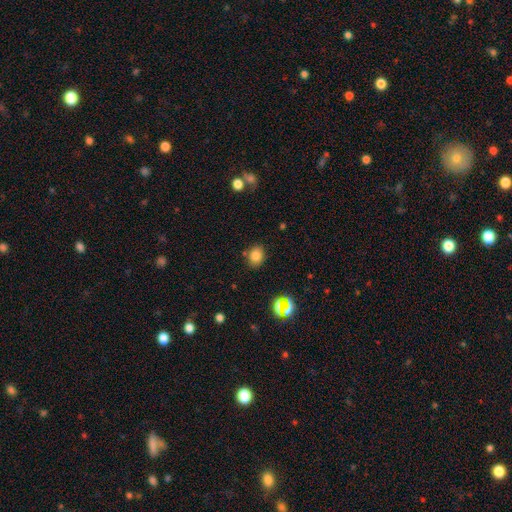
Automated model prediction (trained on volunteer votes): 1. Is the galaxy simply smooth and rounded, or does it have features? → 77% smooth, 16% star or artifact, 7% featured or disk.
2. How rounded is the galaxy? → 55% round, 44% in between, 1% cigar-shaped.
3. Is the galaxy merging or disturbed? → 82% none, 11% minor disturbance, 4% merger, 3% major disturbance.